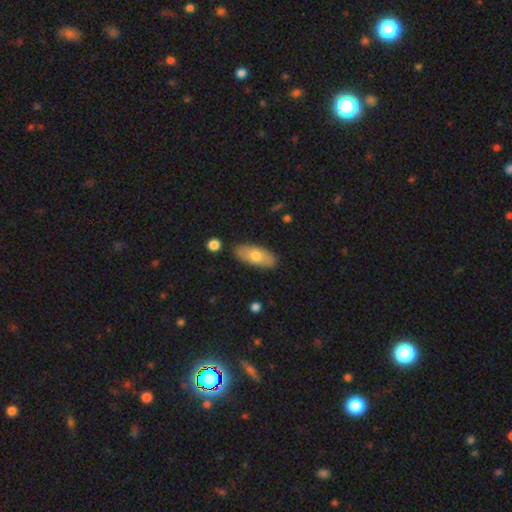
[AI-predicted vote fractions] Smooth or featured? Predicted: smooth (p=0.69). How rounded? Predicted: in between (p=0.81). Merging? Predicted: none (p=0.85).